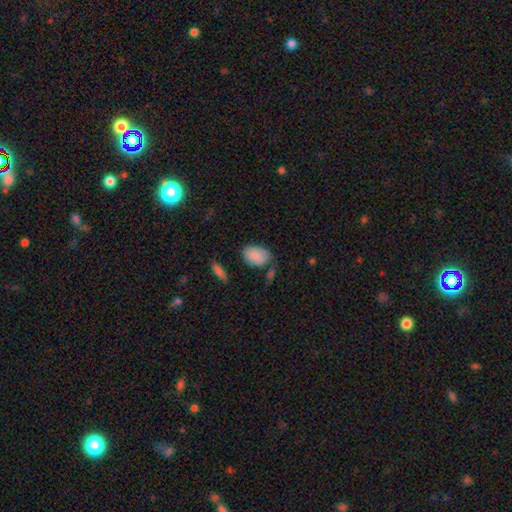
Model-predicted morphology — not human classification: A smooth galaxy with no disk features (87%) that is in between round and cigar-shaped (85%). Merging: none (65%).